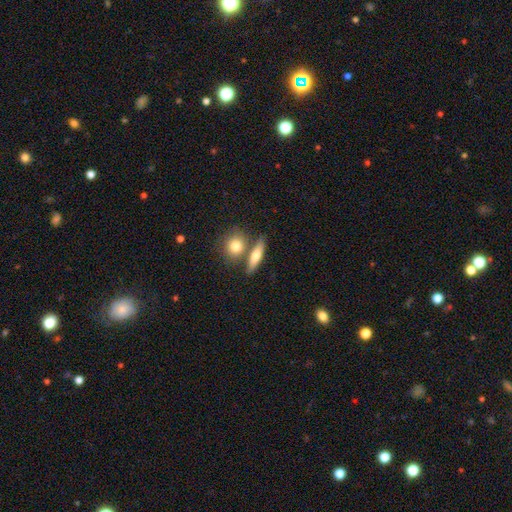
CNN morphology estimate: A smooth galaxy with no disk features (69%) that is cigar-shaped (46%).

Vote fractions:
- Smooth or featured? smooth: 69% / featured or disk: 25% / star or artifact: 6%
- How rounded? cigar-shaped: 46% / in between: 40% / round: 14%
- Merging? none: 63% / merger: 24% / minor disturbance: 10% / major disturbance: 3%